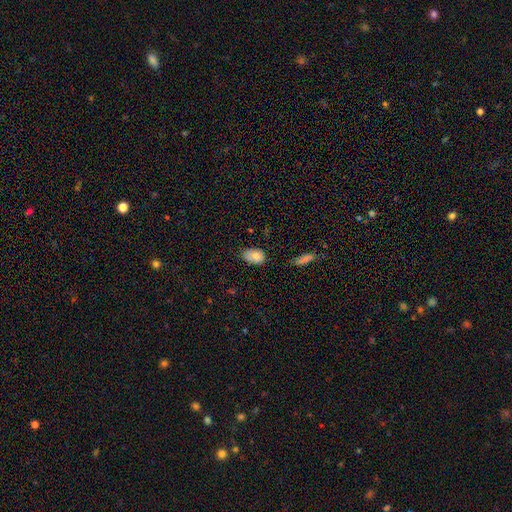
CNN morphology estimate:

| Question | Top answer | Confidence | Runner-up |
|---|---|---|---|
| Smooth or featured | smooth | 75% | featured or disk (16%) |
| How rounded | in between | 81% | round (17%) |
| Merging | none | 64% | minor disturbance (28%) |